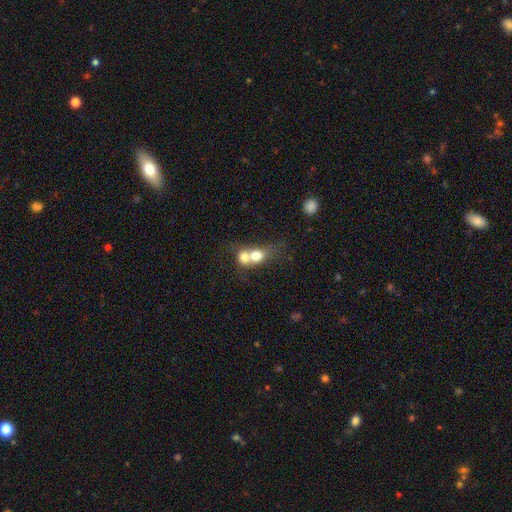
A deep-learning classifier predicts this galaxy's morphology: This appears to be a smooth galaxy with no disk features (69%) that is round (61%). Merging: merger (74%).